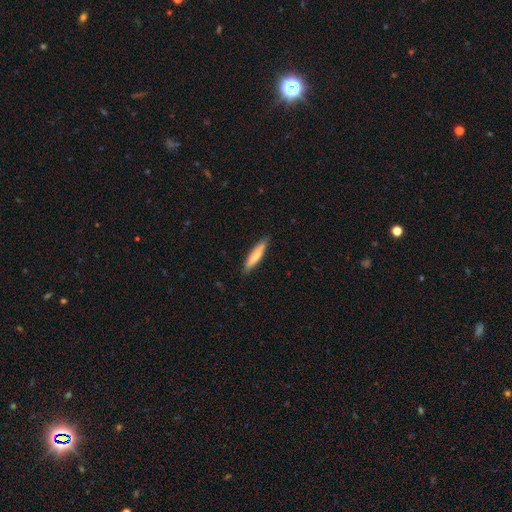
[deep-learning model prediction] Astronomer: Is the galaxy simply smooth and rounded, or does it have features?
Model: smooth — 76%.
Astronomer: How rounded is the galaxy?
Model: cigar-shaped — 85%.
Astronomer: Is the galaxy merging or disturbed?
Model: none — 84%.